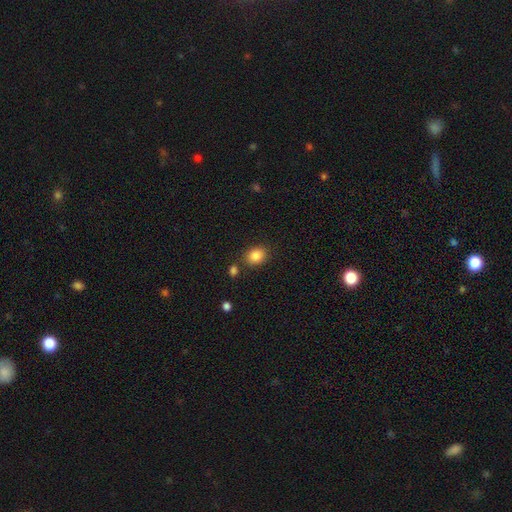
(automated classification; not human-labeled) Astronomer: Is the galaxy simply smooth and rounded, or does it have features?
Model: smooth — 85%.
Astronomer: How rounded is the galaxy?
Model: round — 50% (runner-up: in between, 49%).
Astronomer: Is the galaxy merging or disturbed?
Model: none — 80%.